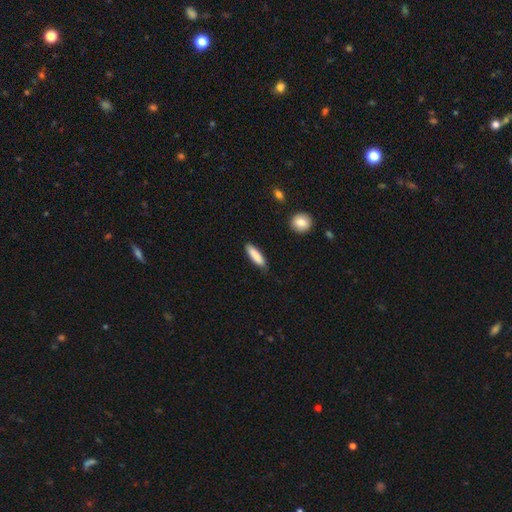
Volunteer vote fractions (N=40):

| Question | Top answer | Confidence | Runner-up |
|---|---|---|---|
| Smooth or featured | smooth | 92% | star or artifact (5%) |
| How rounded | cigar-shaped | 70% | in between (27%) |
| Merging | none | 79% | minor disturbance (18%) |